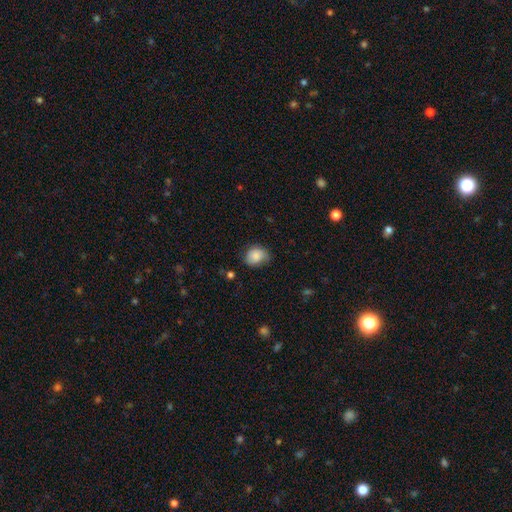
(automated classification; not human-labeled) smooth 81%, featured or disk 11%, star or artifact 8%. Down the decision tree: how rounded — round (53%); merging — none (57%).